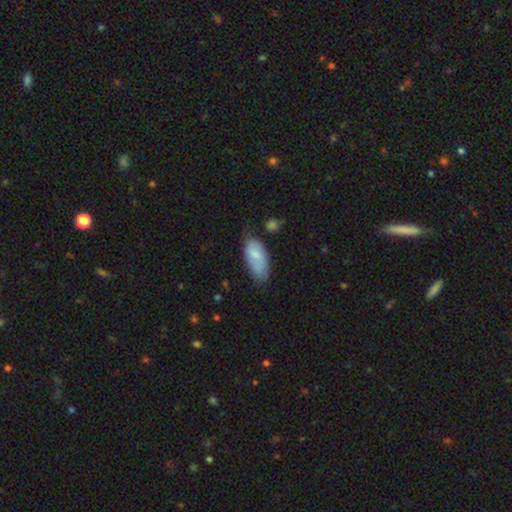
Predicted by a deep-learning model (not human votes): This is likely a smooth galaxy (78%). How rounded: clearly in between (89%). Merging: possibly none (52%).